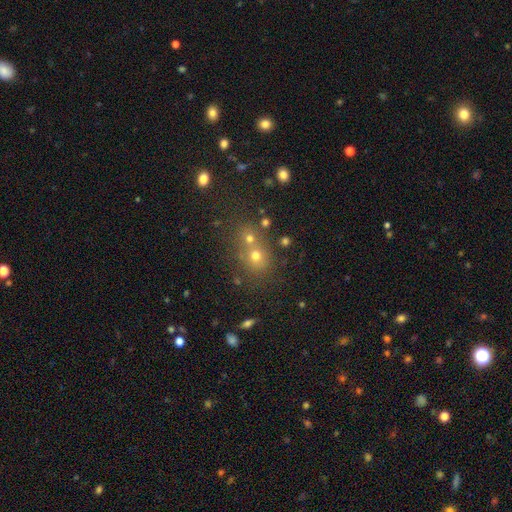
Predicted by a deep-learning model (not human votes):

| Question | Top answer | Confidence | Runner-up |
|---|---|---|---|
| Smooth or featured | smooth | 62% | star or artifact (23%) |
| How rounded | round | 74% | in between (25%) |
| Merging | none | 48% | merger (39%) |